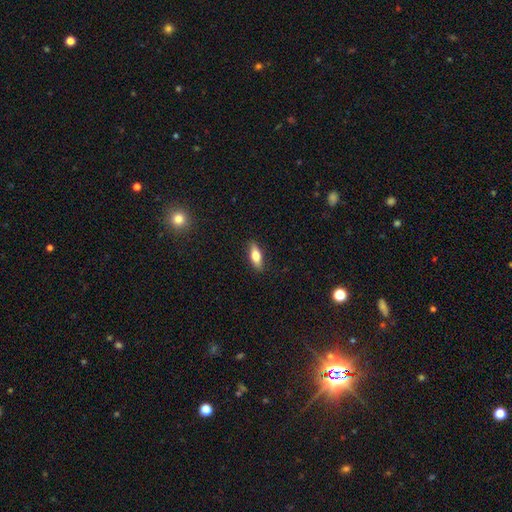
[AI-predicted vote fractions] smooth_or_featured: smooth (p=0.68) [alt: featured or disk p=0.25]
how_rounded: in between (p=0.64) [alt: cigar-shaped p=0.33]
merging: none (p=0.88) [alt: minor disturbance p=0.09]